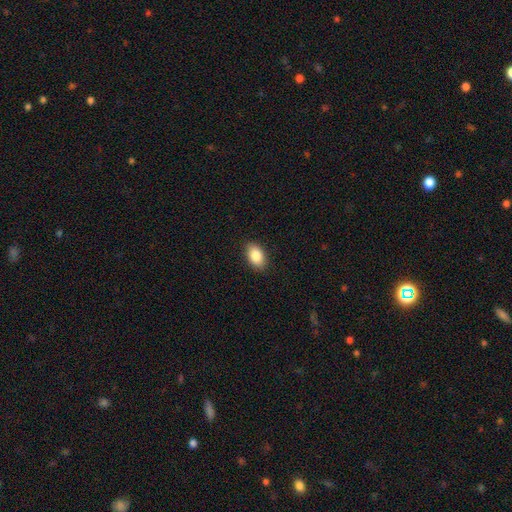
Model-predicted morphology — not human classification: The model was most divided on "smooth or featured": smooth: 85%, star or artifact: 7%, featured or disk: 7%. More confident: how rounded — in between (90%); merging — none (88%).